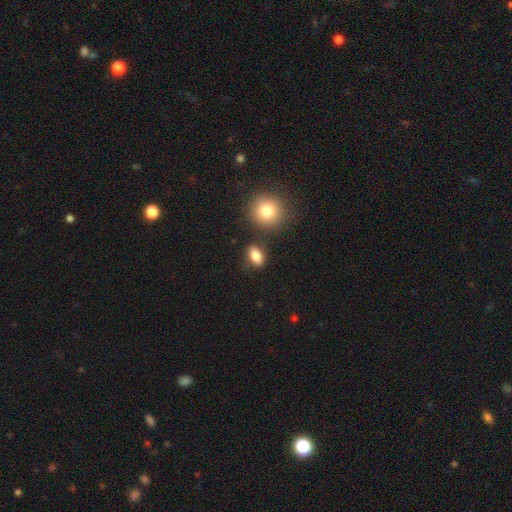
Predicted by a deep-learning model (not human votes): Overall: smooth (86%). How rounded: in between (83%). Merging: none (80%).